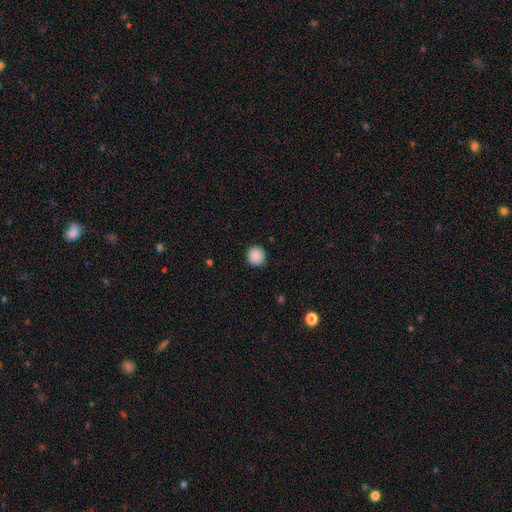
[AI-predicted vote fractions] Overall: smooth (89%). How rounded: round (92%). Merging: none (90%).